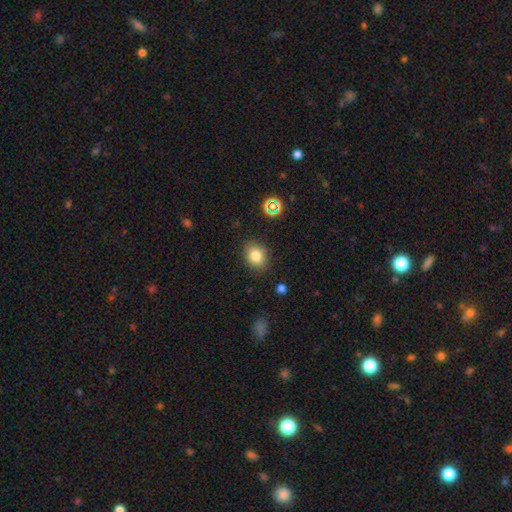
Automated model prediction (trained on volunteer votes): The model was most divided on "how rounded": in between: 56%, round: 43%, cigar-shaped: 1%. More confident: merging — none (85%); smooth or featured — smooth (81%).